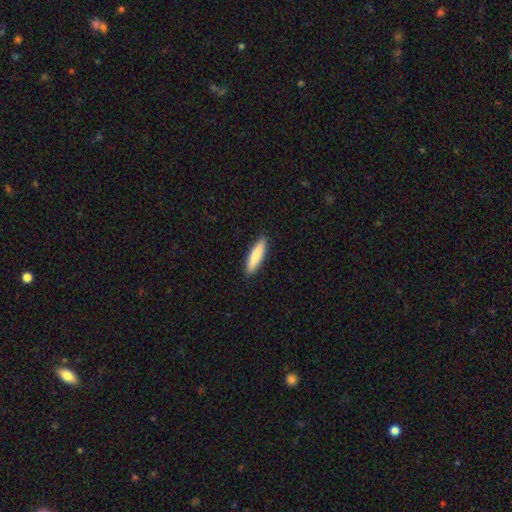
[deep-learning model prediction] This is clearly a smooth galaxy (81%). How rounded: likely cigar-shaped (78%). Merging: clearly none (91%).